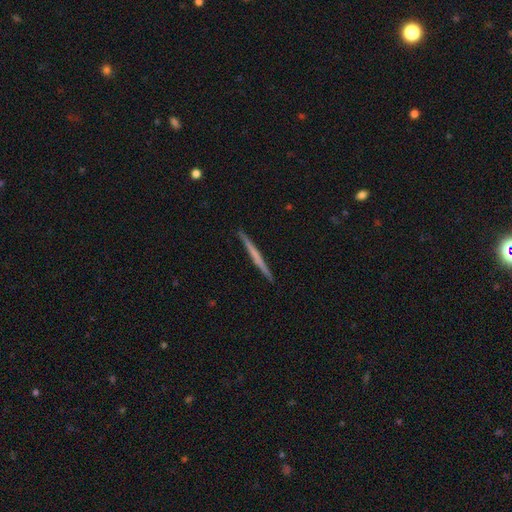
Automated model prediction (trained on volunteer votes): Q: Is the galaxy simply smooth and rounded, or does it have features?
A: featured or disk — 52%.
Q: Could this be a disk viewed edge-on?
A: yes — 98%.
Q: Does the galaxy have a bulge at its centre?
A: none — 88%.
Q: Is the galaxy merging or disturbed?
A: none — 93%.